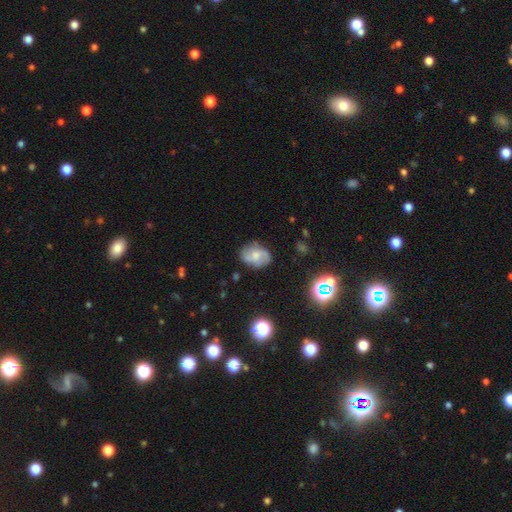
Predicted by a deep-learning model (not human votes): Smooth or featured?
  - featured or disk: 50% *
  - smooth: 40%
  - star or artifact: 11%
Merging?
  - none: 77% *
  - minor disturbance: 17%
  - major disturbance: 5%
  - merger: 2%